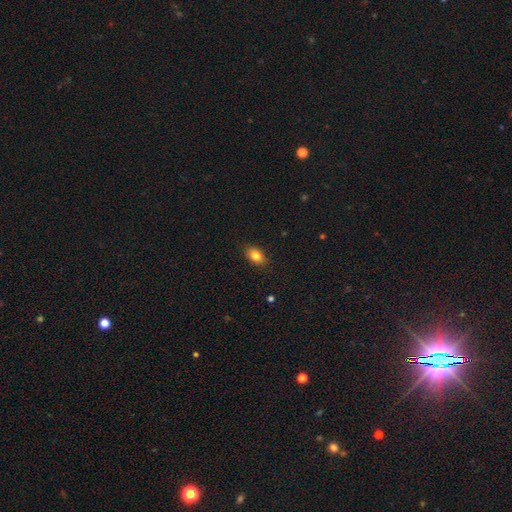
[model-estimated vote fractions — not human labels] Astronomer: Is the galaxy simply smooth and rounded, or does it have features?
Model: smooth — 83%.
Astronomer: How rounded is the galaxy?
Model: in between — 85%.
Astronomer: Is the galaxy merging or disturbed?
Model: none — 87%.